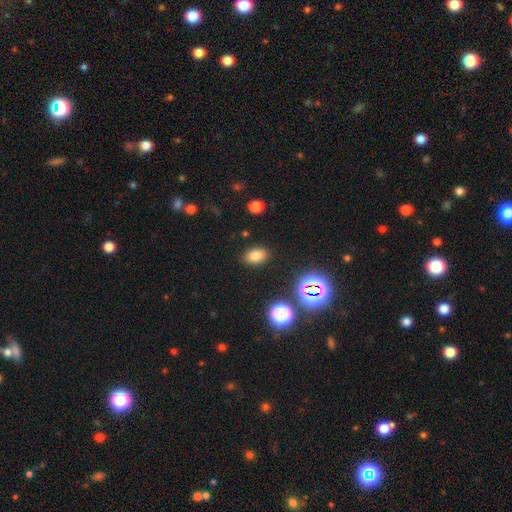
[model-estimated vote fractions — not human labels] Smooth or featured?
  - smooth: 77% *
  - star or artifact: 15%
  - featured or disk: 8%
How rounded?
  - in between: 85% *
  - round: 14%
  - cigar-shaped: 2%
Merging?
  - none: 88% *
  - minor disturbance: 8%
  - major disturbance: 3%
  - merger: 2%